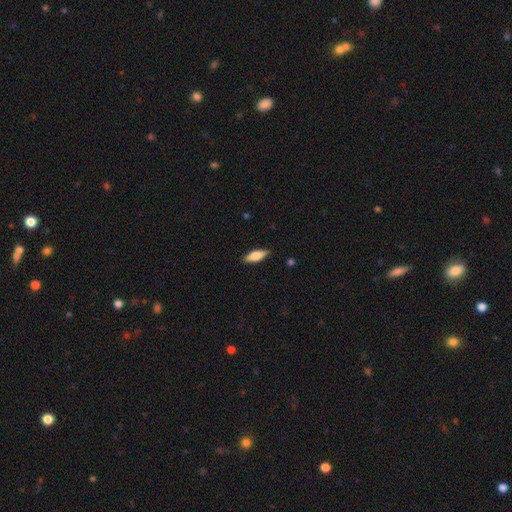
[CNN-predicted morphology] smooth_or_featured: smooth (p=0.77) [alt: featured or disk p=0.17]
how_rounded: in between (p=0.68) [alt: cigar-shaped p=0.30]
merging: none (p=0.87) [alt: minor disturbance p=0.10]